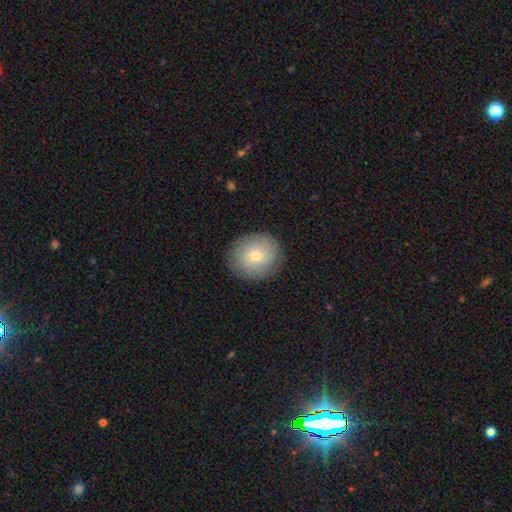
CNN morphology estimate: Q: Smooth or featured?
A: smooth (66%); runner-up: featured or disk (25%)
Q: How rounded?
A: round (78%); runner-up: in between (21%)
Q: Merging?
A: none (87%); runner-up: minor disturbance (9%)